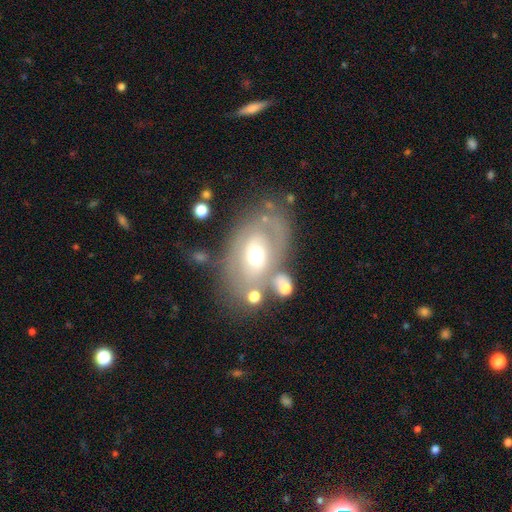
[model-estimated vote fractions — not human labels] smooth_or_featured: featured or disk (p=0.51) [alt: smooth p=0.39]
disk_edge_on: no (p=0.93) [alt: yes p=0.07]
merging: none (p=0.54) [alt: minor disturbance p=0.18]